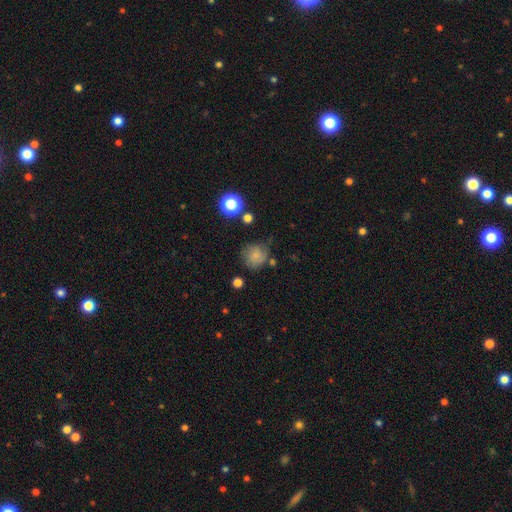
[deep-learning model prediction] smooth_or_featured: smooth (p=0.73) [alt: featured or disk p=0.15]
how_rounded: round (p=0.83) [alt: in between p=0.16]
merging: none (p=0.60) [alt: minor disturbance p=0.25]